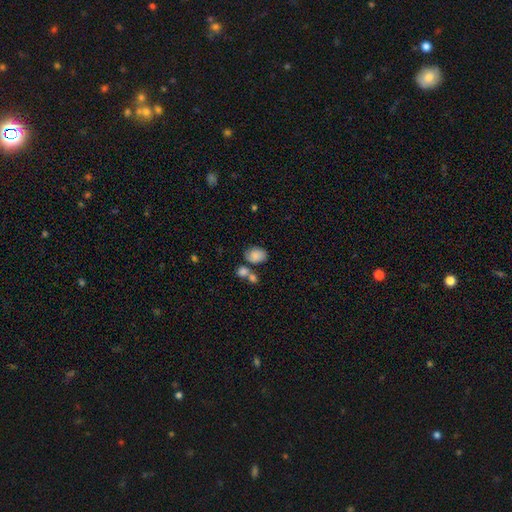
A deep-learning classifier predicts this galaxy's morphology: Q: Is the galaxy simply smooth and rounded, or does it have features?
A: smooth — 80%.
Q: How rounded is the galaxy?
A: in between — 78%.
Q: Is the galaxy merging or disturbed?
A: none — 50%.